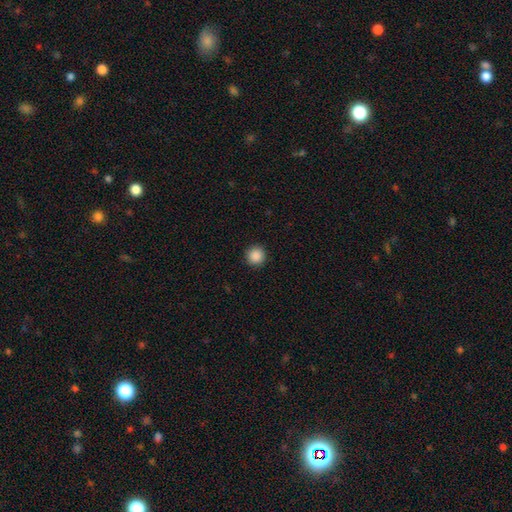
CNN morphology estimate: smooth-or-featured: smooth: 89% | star or artifact: 9% | featured or disk: 2%
  how-rounded: round: 95% | in between: 4% | cigar-shaped: 1%
  merging: none: 92% | minor disturbance: 5% | major disturbance: 2% | merger: 1%